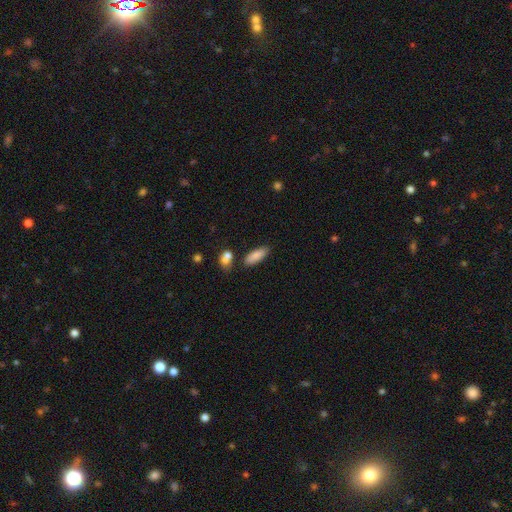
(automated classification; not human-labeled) smooth-or-featured: smooth: 84% | featured or disk: 9% | star or artifact: 7%
  how-rounded: in between: 65% | cigar-shaped: 33% | round: 2%
  merging: none: 73% | minor disturbance: 15% | merger: 9% | major disturbance: 3%